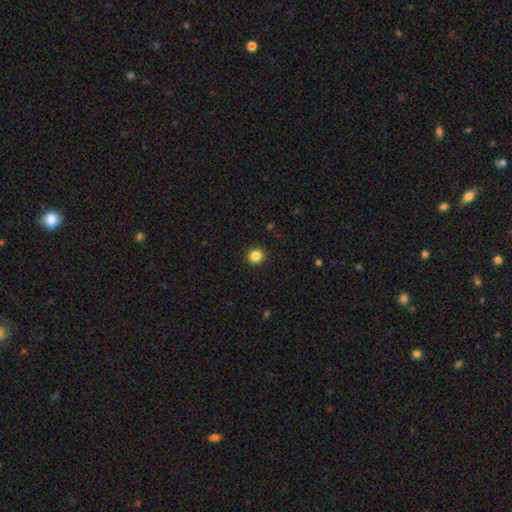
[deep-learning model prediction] Smooth or featured? Predicted: smooth (p=0.85). How rounded? Predicted: round (p=0.90). Merging? Predicted: none (p=0.92).